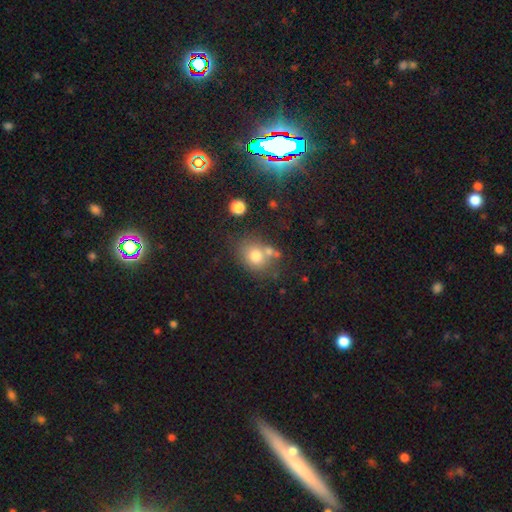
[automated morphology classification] Smooth or featured? Predicted: smooth (p=0.74). How rounded? Predicted: round (p=0.56). Merging? Predicted: none (p=0.56).